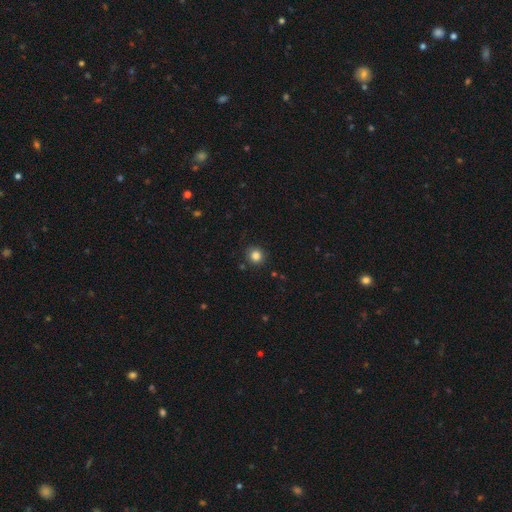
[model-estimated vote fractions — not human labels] Smooth or featured: smooth — 84% (star or artifact — 12%)
How rounded: round — 91% (in between — 8%)
Merging: none — 87% (minor disturbance — 9%)